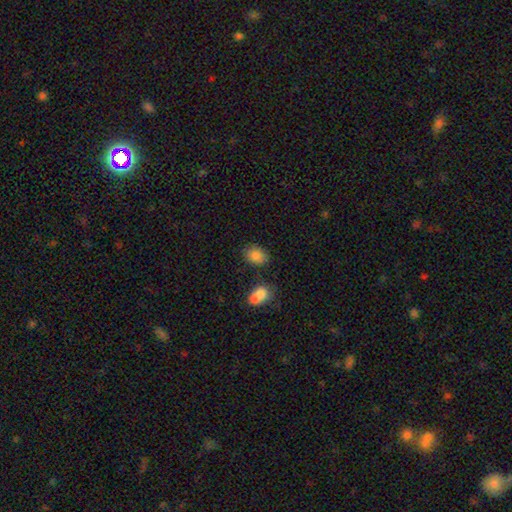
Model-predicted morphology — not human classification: The model was most divided on "how rounded": in between: 67%, round: 32%, cigar-shaped: 1%. More confident: smooth or featured — smooth (85%); merging — none (73%).